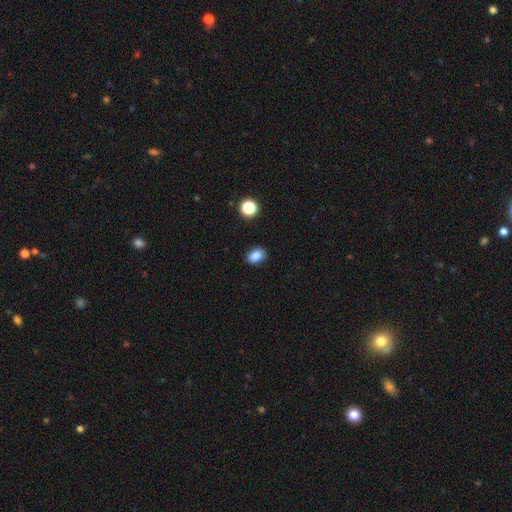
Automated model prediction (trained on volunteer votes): A smooth galaxy with no disk features (86%) that is in between round and cigar-shaped (77%). Merging: none (87%).